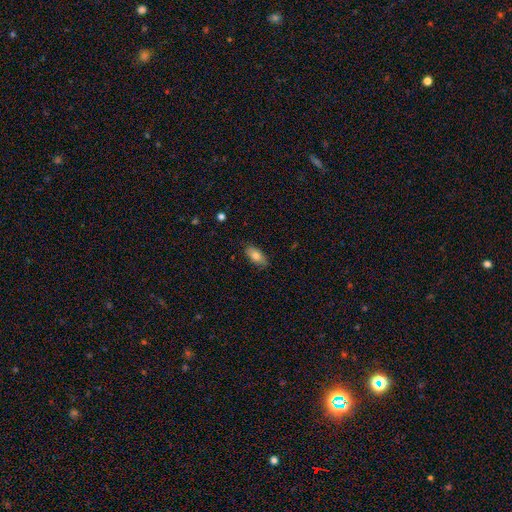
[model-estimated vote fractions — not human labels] Morphology: type=smooth (76%); roundness=in between (85%); merging=none (82%).